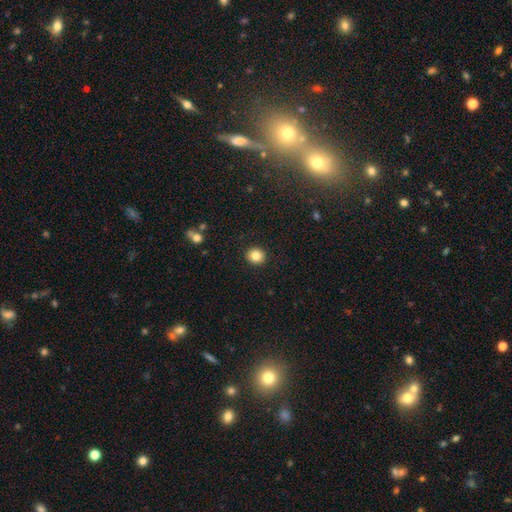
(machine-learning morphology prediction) type=smooth (83%); roundness=round (86%); merging=none (92%).